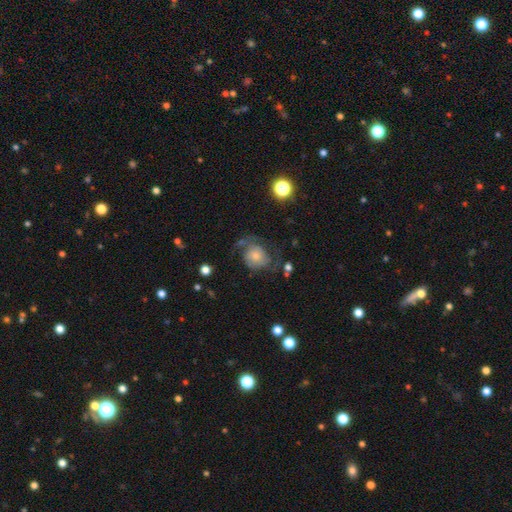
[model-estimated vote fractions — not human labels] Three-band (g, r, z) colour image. It shows a featured or disk galaxy (55%) with no bar (78%), spiral arms (82%) and a small central bulge (42%). Merging: none (46%).